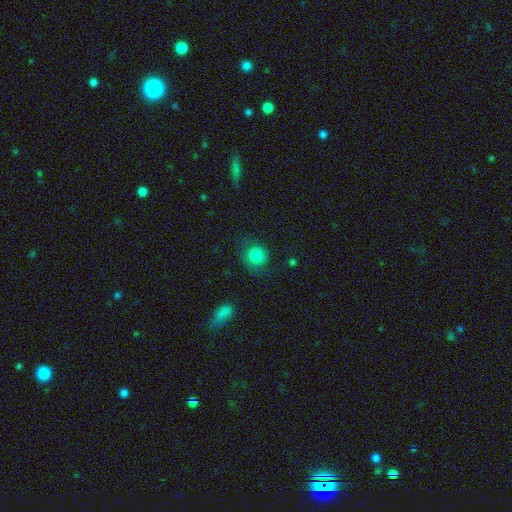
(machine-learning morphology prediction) A smooth galaxy with no disk features (79%) that is round (84%). Merging: none (74%).